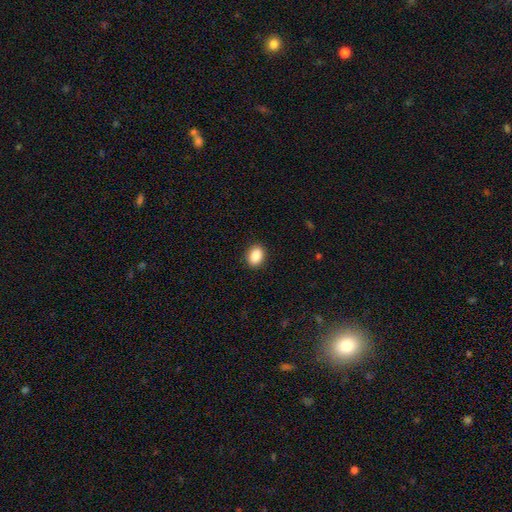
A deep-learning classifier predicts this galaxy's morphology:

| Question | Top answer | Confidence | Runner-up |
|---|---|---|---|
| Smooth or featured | smooth | 89% | star or artifact (8%) |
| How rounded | in between | 73% | round (26%) |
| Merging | none | 90% | minor disturbance (7%) |